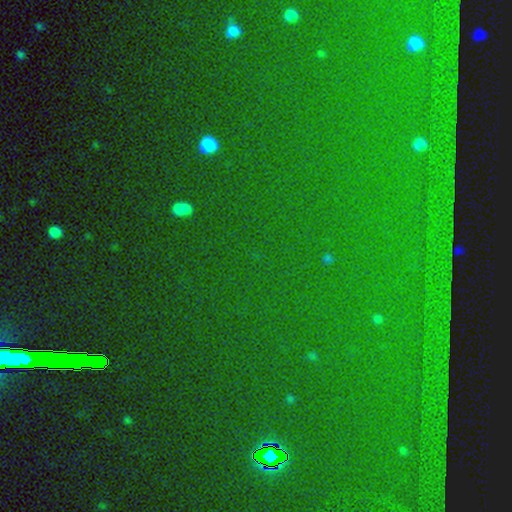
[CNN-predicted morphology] type=star or artifact (81%).